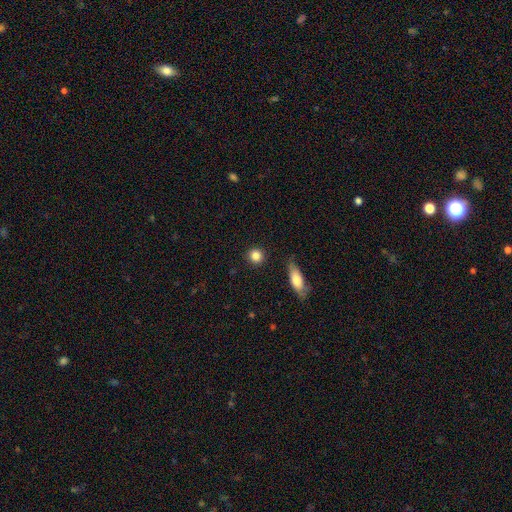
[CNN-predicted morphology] Q: Smooth or featured?
A: smooth (85%); runner-up: star or artifact (9%)
Q: How rounded?
A: round (90%); runner-up: in between (9%)
Q: Merging?
A: none (89%); runner-up: minor disturbance (7%)